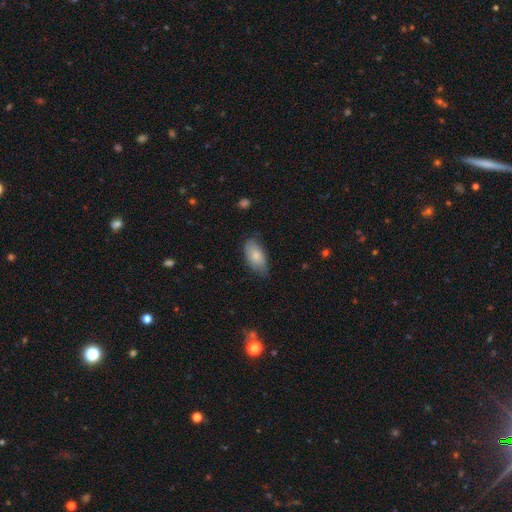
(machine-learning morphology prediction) A smooth galaxy with no disk features (81%) that is in between round and cigar-shaped (92%). Merging: none (67%).